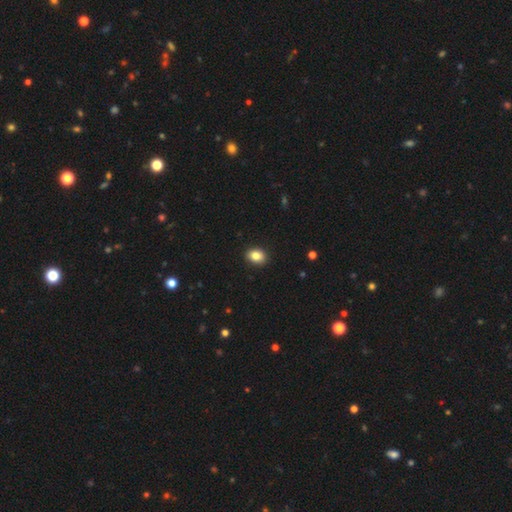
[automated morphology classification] This is clearly a smooth galaxy (86%). How rounded: likely in between (65%). Merging: clearly none (91%).